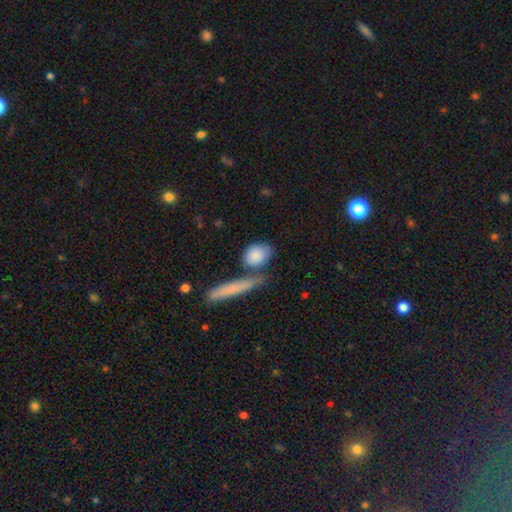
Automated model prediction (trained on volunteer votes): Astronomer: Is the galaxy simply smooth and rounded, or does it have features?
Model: smooth — 84%.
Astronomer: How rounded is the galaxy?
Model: in between — 51% (runner-up: round, 36%).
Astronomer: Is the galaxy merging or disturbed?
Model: none — 63%.